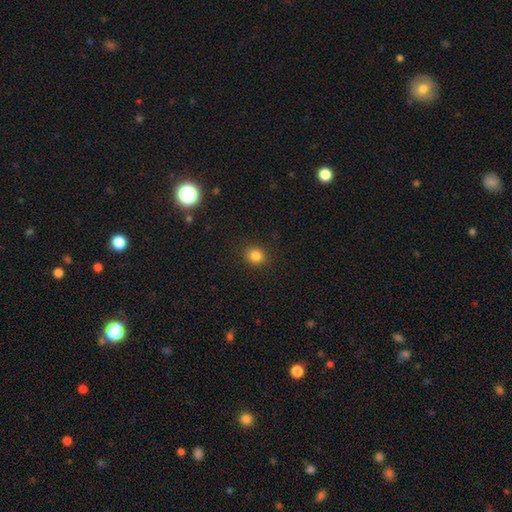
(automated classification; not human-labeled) A smooth galaxy with no disk features (83%) that is round (68%). Merging: none (89%).